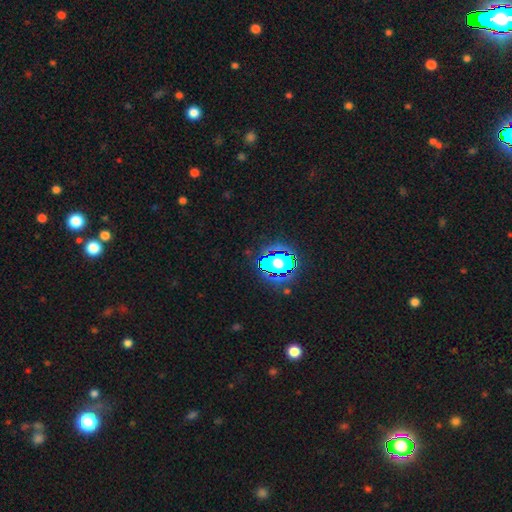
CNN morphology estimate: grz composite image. It shows a star or artifact, not a galaxy (80%).